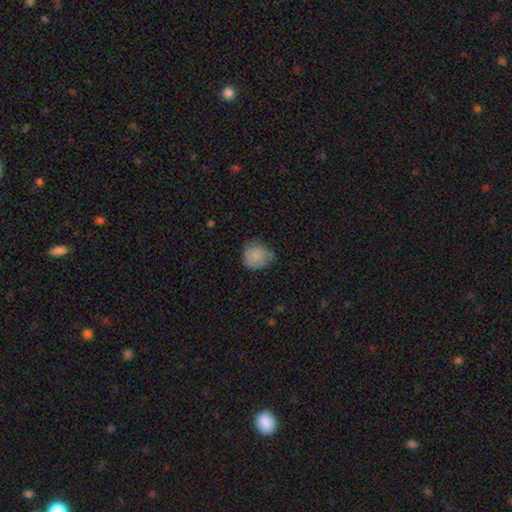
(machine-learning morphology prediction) smooth-or-featured: smooth: 78% | featured or disk: 14% | star or artifact: 8%
  how-rounded: round: 65% | in between: 34% | cigar-shaped: 1%
  merging: none: 51% | minor disturbance: 37% | major disturbance: 11% | merger: 2%